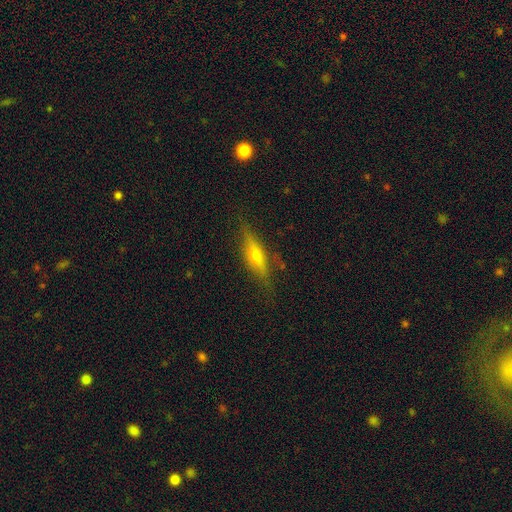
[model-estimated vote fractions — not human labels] Smooth or featured? featured or disk (59%)
Edge-on disk? yes (91%)
Edge-on bulge? rounded (88%)
Merging? none (79%)